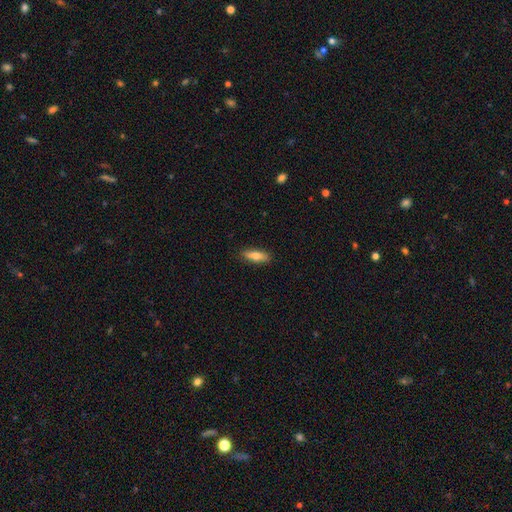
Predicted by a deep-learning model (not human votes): This appears to be a smooth galaxy with no disk features (73%) that is in between round and cigar-shaped (52%). Merging: none (87%).